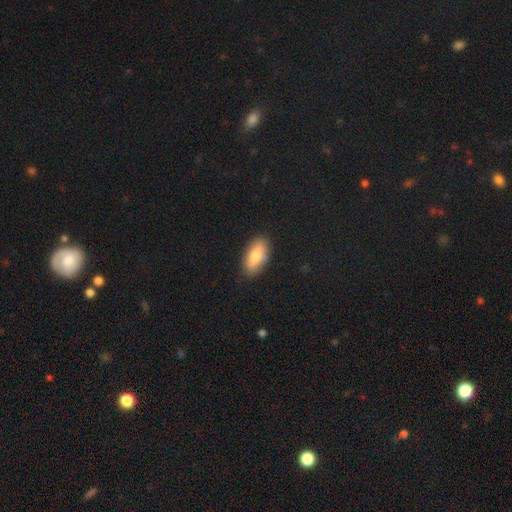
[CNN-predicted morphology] smooth 76%, featured or disk 18%, star or artifact 6%. Down the decision tree: how rounded — in between (85%); merging — none (87%).